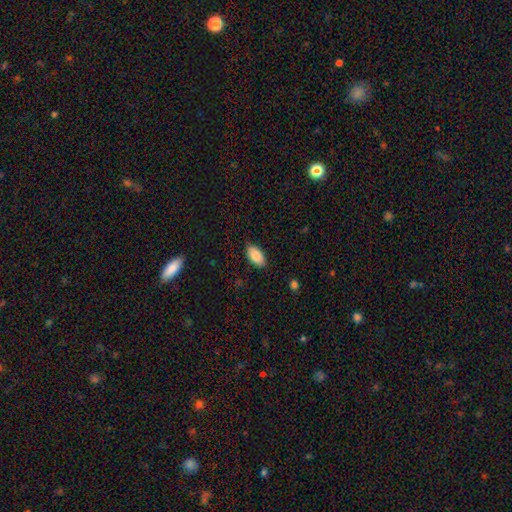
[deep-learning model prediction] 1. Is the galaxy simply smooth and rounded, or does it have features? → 85% smooth, 8% featured or disk, 7% star or artifact.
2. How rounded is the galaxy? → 94% in between, 3% round, 3% cigar-shaped.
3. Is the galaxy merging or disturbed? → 87% none, 10% minor disturbance, 2% major disturbance, 1% merger.